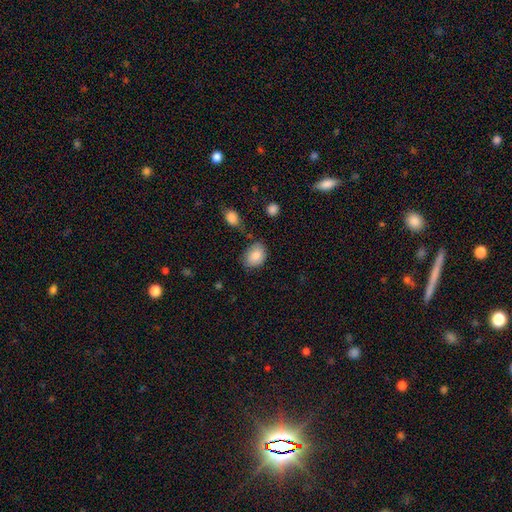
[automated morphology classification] smooth-or-featured: smooth: 85% | featured or disk: 8% | star or artifact: 7%
  how-rounded: in between: 73% | round: 26% | cigar-shaped: 1%
  merging: none: 64% | minor disturbance: 26% | major disturbance: 6% | merger: 4%